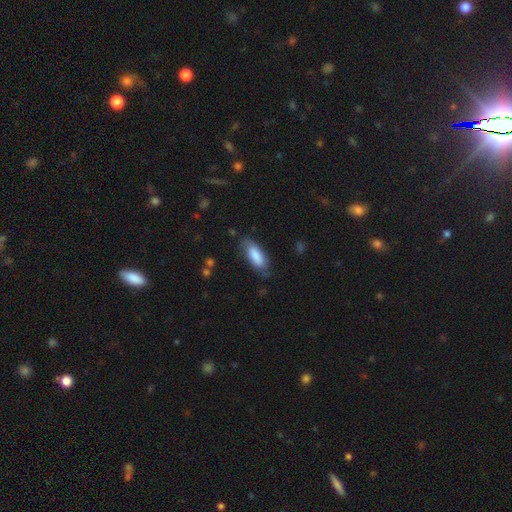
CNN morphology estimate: Smooth or featured: smooth — 82% (featured or disk — 12%)
How rounded: in between — 78% (cigar-shaped — 20%)
Merging: none — 73% (minor disturbance — 20%)